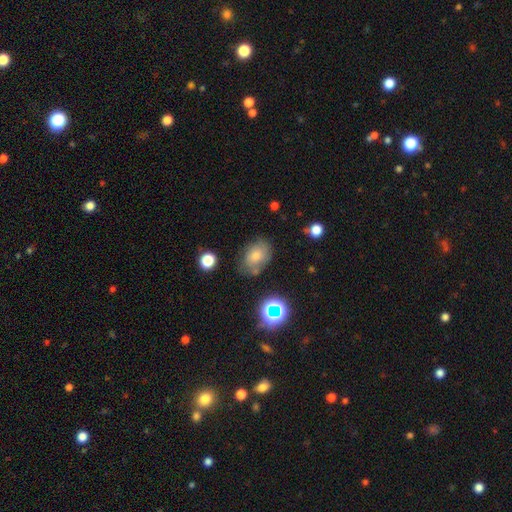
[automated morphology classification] Smooth or featured? Predicted: smooth (p=0.64). How rounded? Predicted: in between (p=0.75). Merging? Predicted: none (p=0.67).